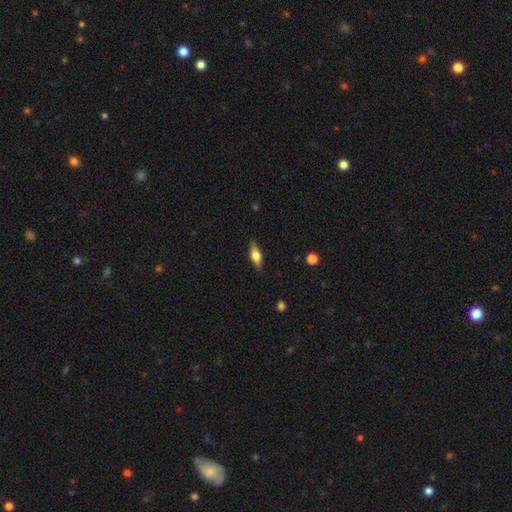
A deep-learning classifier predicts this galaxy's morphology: Smooth or featured? Predicted: smooth (p=0.51). How rounded? Predicted: in between (p=0.60). Merging? Predicted: none (p=0.85).